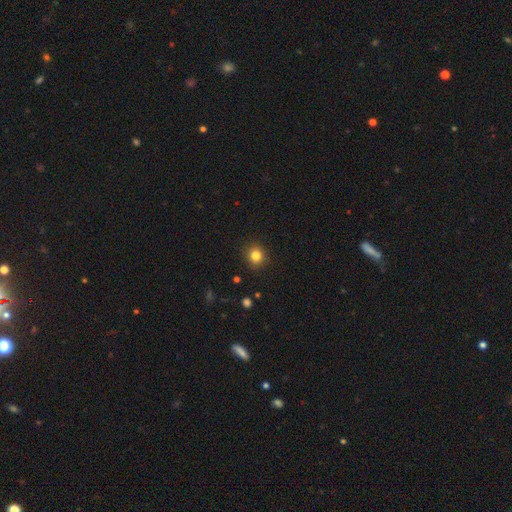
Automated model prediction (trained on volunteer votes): A smooth galaxy with no disk features (83%) that is round (88%). Merging: none (90%).